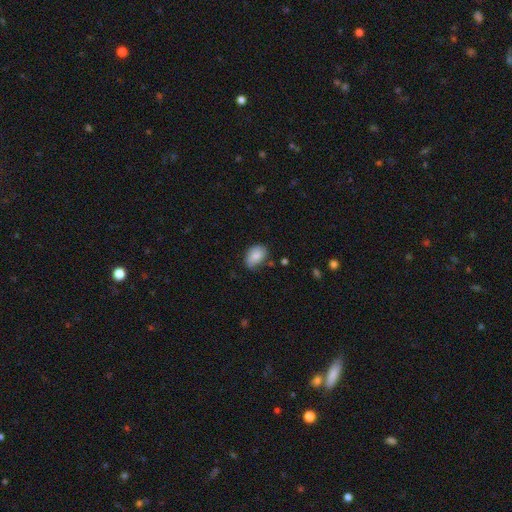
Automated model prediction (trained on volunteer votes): Q: Smooth or featured?
A: smooth (83%); runner-up: featured or disk (10%)
Q: How rounded?
A: in between (82%); runner-up: round (17%)
Q: Merging?
A: none (65%); runner-up: minor disturbance (27%)